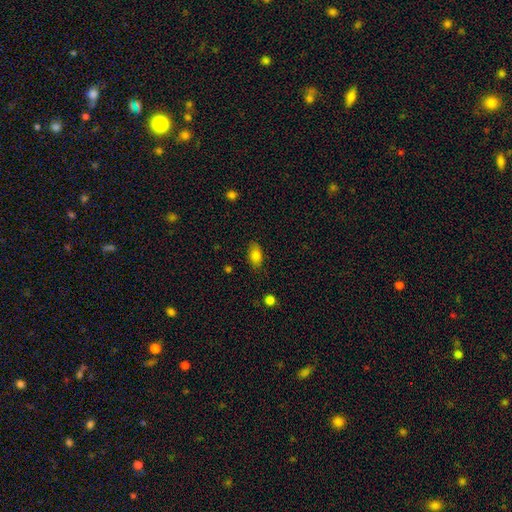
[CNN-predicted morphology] This appears to be a smooth galaxy with no disk features (83%) that is in between round and cigar-shaped (88%). Merging: none (81%).